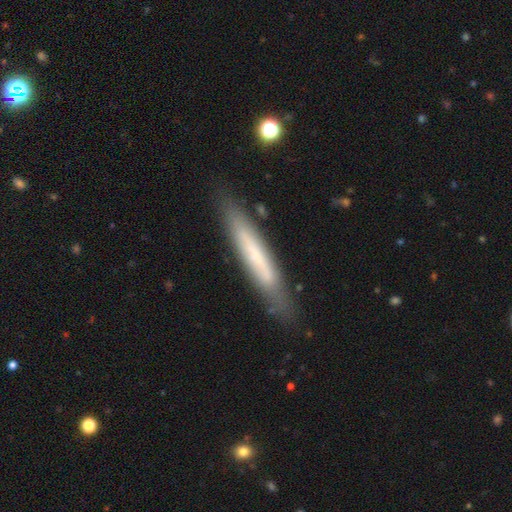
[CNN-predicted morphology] type=smooth (54%); roundness=cigar-shaped (93%); merging=none (82%).